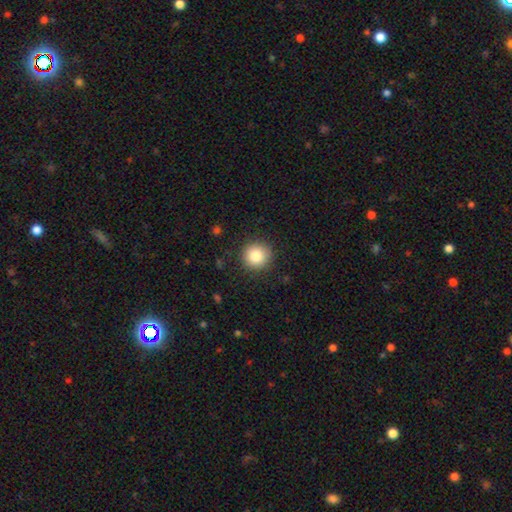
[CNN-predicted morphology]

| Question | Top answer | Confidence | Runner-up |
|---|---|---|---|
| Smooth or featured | smooth | 85% | star or artifact (9%) |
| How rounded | round | 94% | in between (5%) |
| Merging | none | 89% | minor disturbance (7%) |